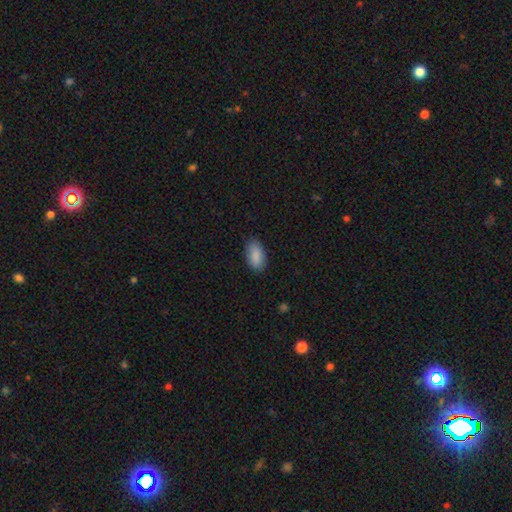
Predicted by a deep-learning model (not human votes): smooth-or-featured: smooth: 89% | star or artifact: 7% | featured or disk: 4%
  how-rounded: in between: 94% | round: 3% | cigar-shaped: 3%
  merging: none: 86% | minor disturbance: 11% | major disturbance: 2% | merger: 1%